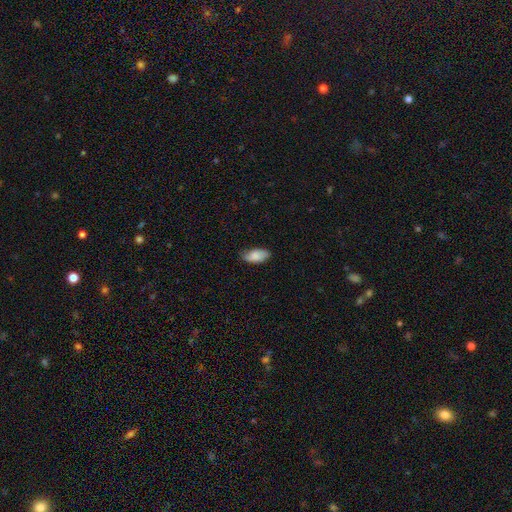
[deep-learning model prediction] A smooth galaxy with no disk features (85%) that is in between round and cigar-shaped (92%).

Vote fractions:
- Smooth or featured? smooth: 85% / featured or disk: 9% / star or artifact: 6%
- How rounded? in between: 92% / cigar-shaped: 6% / round: 2%
- Merging? none: 78% / minor disturbance: 18% / major disturbance: 3% / merger: 1%